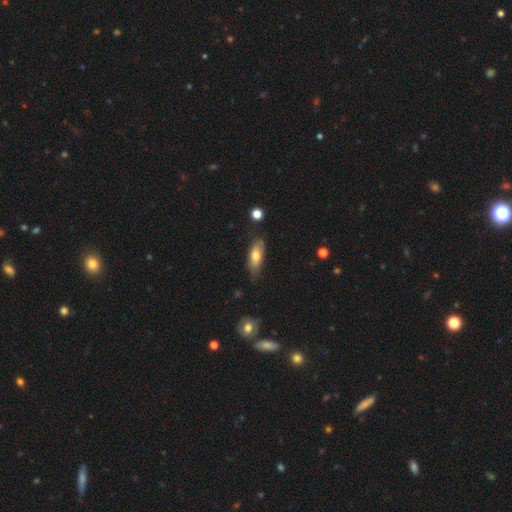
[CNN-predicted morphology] A smooth galaxy with no disk features (70%) that is in between round and cigar-shaped (71%).

Vote fractions:
- Smooth or featured? smooth: 70% / featured or disk: 23% / star or artifact: 6%
- How rounded? in between: 71% / cigar-shaped: 26% / round: 3%
- Merging? none: 72% / minor disturbance: 22% / major disturbance: 4% / merger: 2%